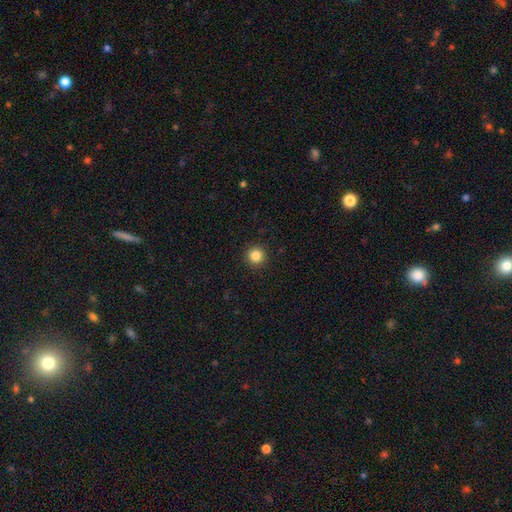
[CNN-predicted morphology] Smooth or featured? smooth (85%)
How rounded? round (96%)
Merging? none (93%)